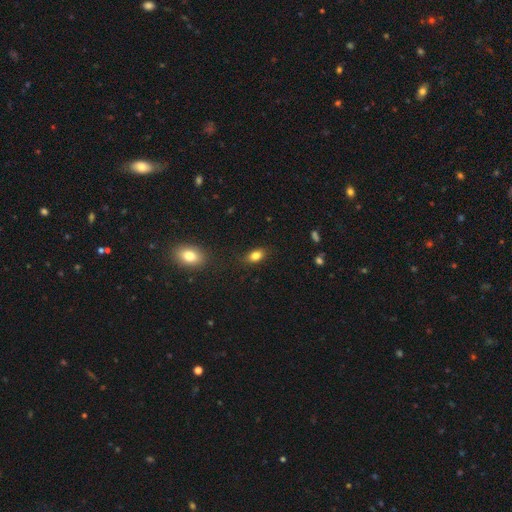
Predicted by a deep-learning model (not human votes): Morphology: type=smooth (83%); roundness=in between (83%); merging=none (84%).